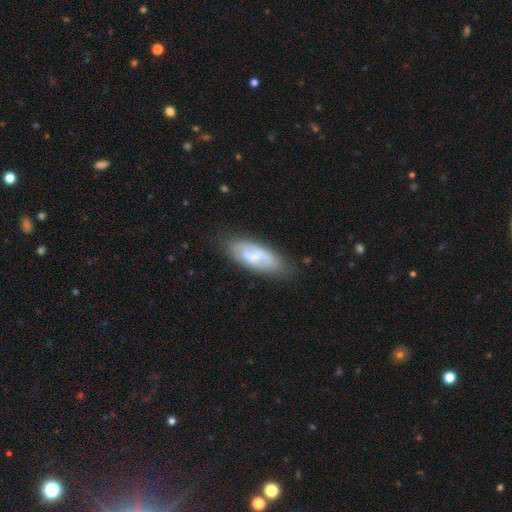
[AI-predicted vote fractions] Smooth or featured? Predicted: featured or disk (p=0.48). Merging? Predicted: none (p=0.73).